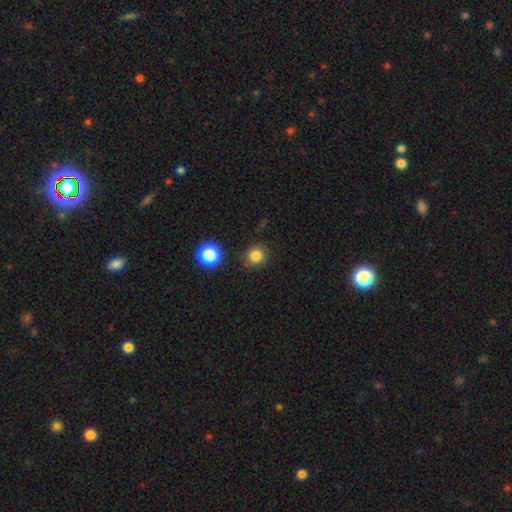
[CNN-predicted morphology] Smooth or featured? smooth (82%)
How rounded? round (91%)
Merging? none (86%)